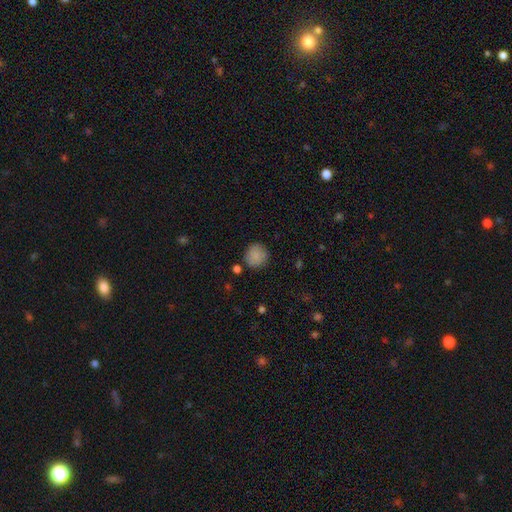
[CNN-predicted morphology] smooth_or_featured: smooth (p=0.86) [alt: star or artifact p=0.08]
how_rounded: round (p=0.90) [alt: in between p=0.09]
merging: none (p=0.82) [alt: minor disturbance p=0.11]